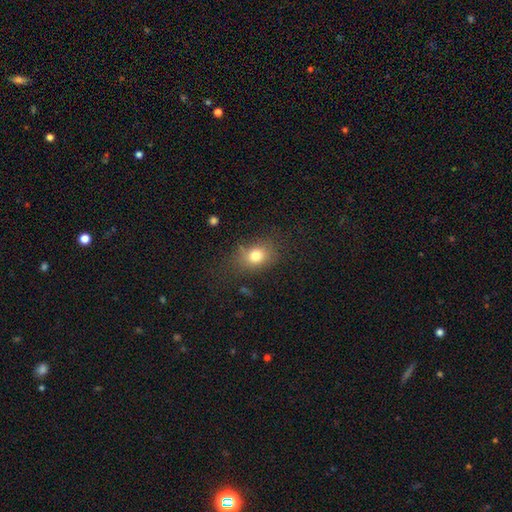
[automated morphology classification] The model was most divided on "how rounded": in between: 59%, round: 39%, cigar-shaped: 2%. More confident: smooth or featured — smooth (77%); merging — none (72%).